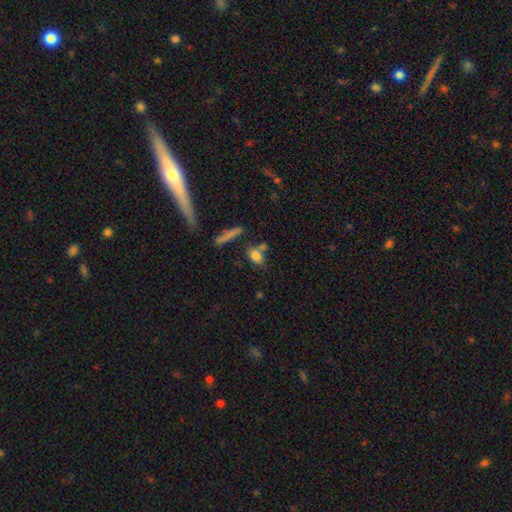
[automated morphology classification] Smooth or featured: smooth — 80% (featured or disk — 11%)
How rounded: in between — 75% (round — 14%)
Merging: none — 61% (merger — 19%)